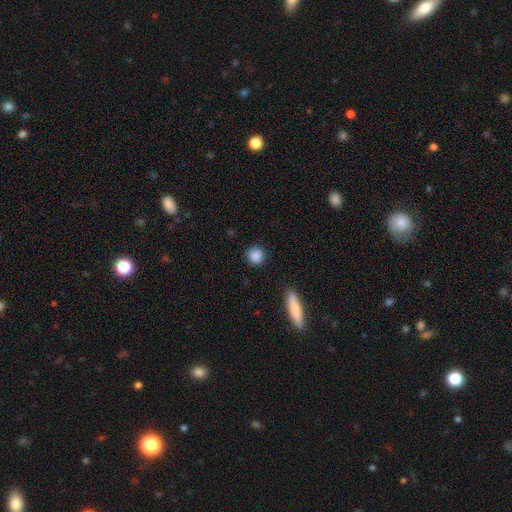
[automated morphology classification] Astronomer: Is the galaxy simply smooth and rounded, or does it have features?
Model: smooth — 88%.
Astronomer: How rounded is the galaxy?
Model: round — 89%.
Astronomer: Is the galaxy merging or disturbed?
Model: none — 88%.